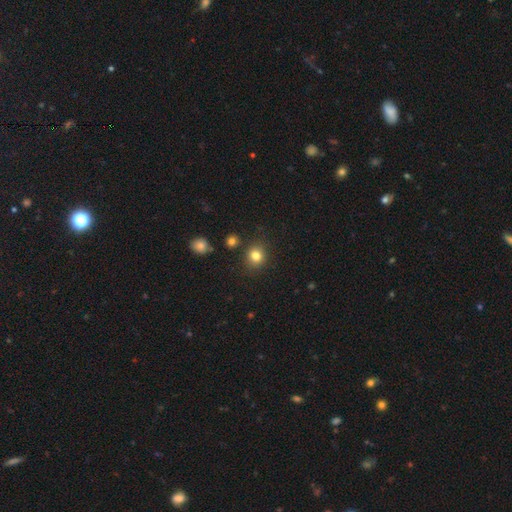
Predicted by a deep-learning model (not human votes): Smooth or featured? smooth (81%)
How rounded? round (80%)
Merging? none (85%)